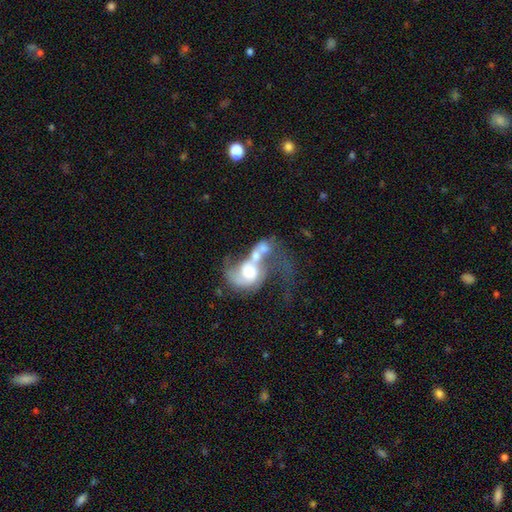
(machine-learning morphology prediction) Smooth or featured? Predicted: featured or disk (p=0.64). Edge-on disk? Predicted: no (p=0.97). Bar? Predicted: no (p=0.74). Spiral arms? Predicted: yes (p=0.68). Bulge size? Predicted: moderate (p=0.43). Merging? Predicted: merger (p=0.68).